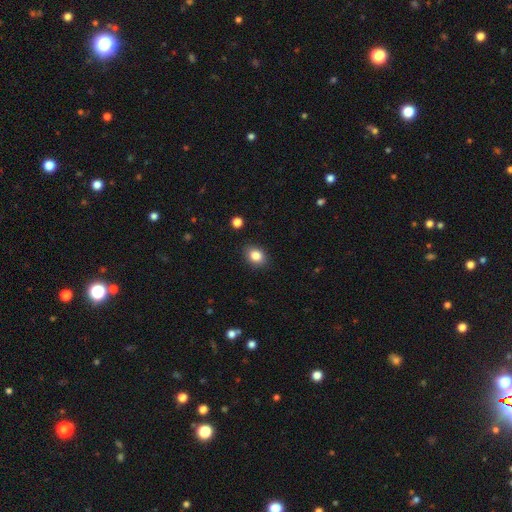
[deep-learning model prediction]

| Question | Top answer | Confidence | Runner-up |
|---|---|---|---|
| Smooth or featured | smooth | 84% | star or artifact (10%) |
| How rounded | in between | 61% | round (37%) |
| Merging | none | 88% | minor disturbance (9%) |